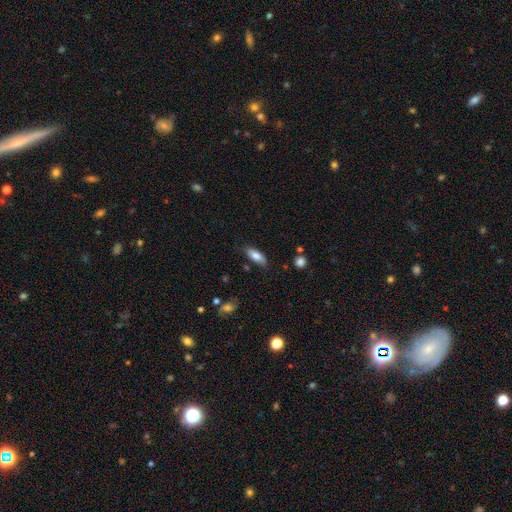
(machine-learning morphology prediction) type=smooth (79%); roundness=in between (76%); merging=none (76%).